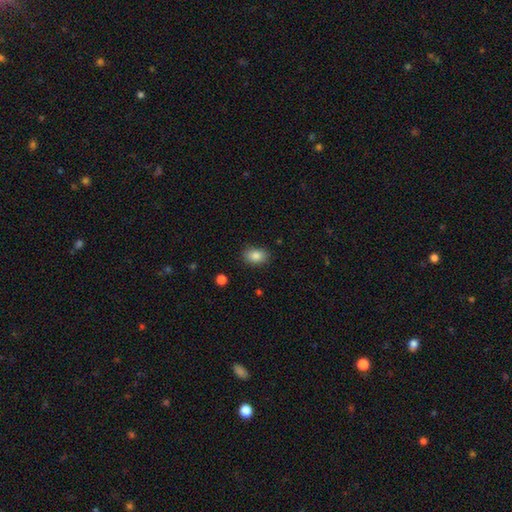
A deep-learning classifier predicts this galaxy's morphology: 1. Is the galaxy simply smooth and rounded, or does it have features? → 86% smooth, 9% star or artifact, 6% featured or disk.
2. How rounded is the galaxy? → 79% in between, 20% round, 1% cigar-shaped.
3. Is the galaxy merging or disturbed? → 84% none, 12% minor disturbance, 3% major disturbance, 1% merger.